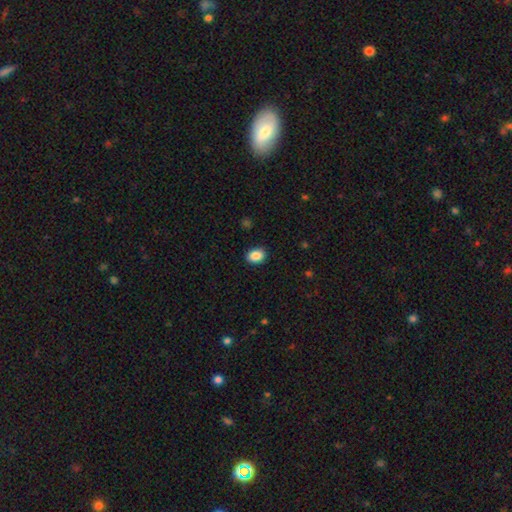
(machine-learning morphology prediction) Smooth or featured?
  - smooth: 88% *
  - star or artifact: 8%
  - featured or disk: 3%
How rounded?
  - in between: 68% *
  - round: 31%
  - cigar-shaped: 1%
Merging?
  - none: 89% *
  - minor disturbance: 8%
  - major disturbance: 2%
  - merger: 1%